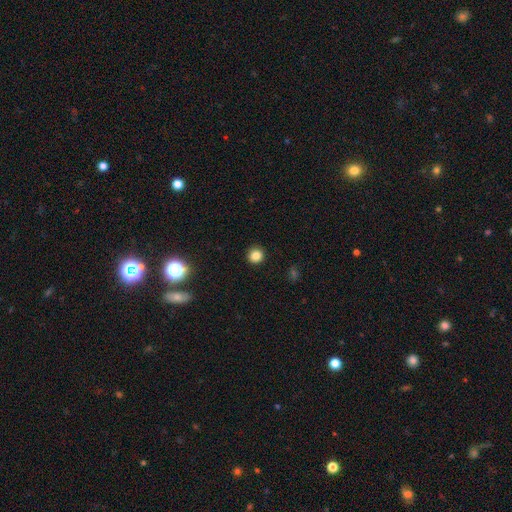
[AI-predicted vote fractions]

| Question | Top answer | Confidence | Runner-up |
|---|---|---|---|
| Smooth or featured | smooth | 83% | star or artifact (13%) |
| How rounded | round | 93% | in between (6%) |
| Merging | none | 92% | minor disturbance (5%) |